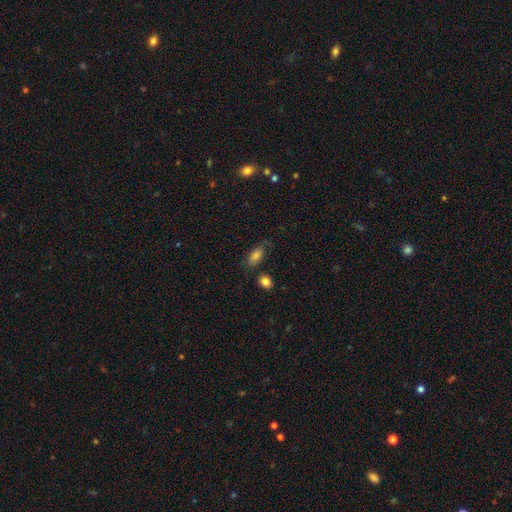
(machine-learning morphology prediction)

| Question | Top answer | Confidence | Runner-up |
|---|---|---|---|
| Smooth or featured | smooth | 76% | featured or disk (14%) |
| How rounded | in between | 88% | cigar-shaped (7%) |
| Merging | none | 64% | minor disturbance (22%) |